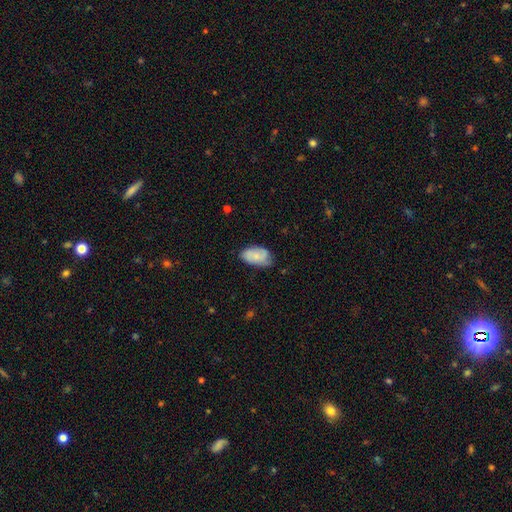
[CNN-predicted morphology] Overall: smooth (66%; featured or disk 28%). How rounded: in between (93%). Merging: none (64%; minor disturbance 29%).